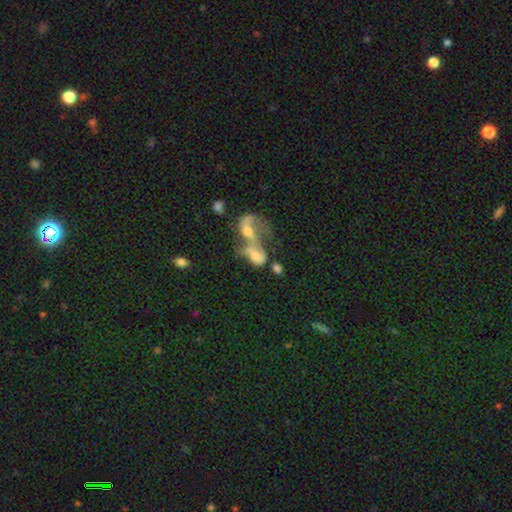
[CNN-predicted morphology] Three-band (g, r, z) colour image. It shows a featured or disk galaxy (46%). Merging: merger (76%).